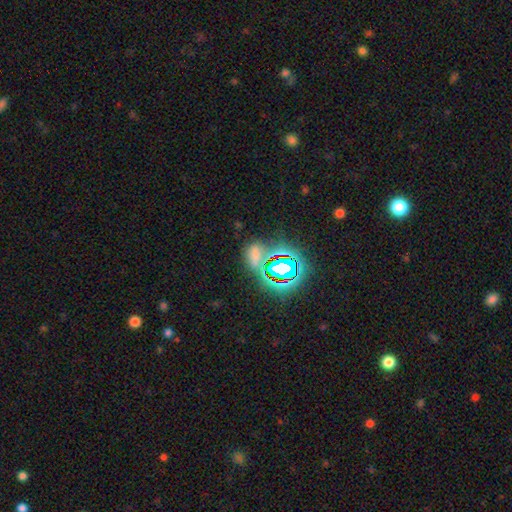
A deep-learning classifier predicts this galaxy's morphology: A star or artifact, not a galaxy (53%).